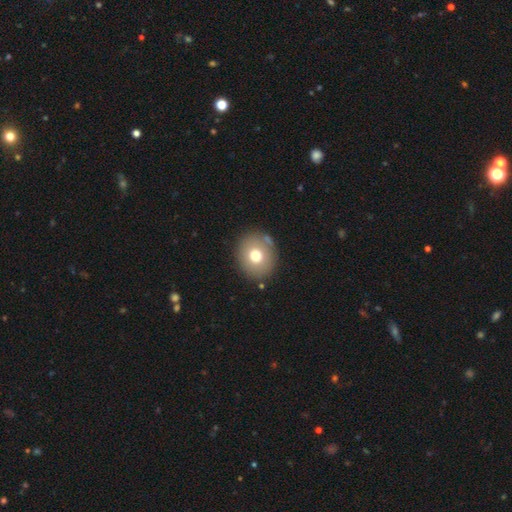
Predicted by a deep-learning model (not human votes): smooth-or-featured: smooth: 72% | featured or disk: 17% | star or artifact: 10%
  how-rounded: round: 72% | in between: 27% | cigar-shaped: 1%
  merging: none: 83% | minor disturbance: 10% | merger: 4% | major disturbance: 3%